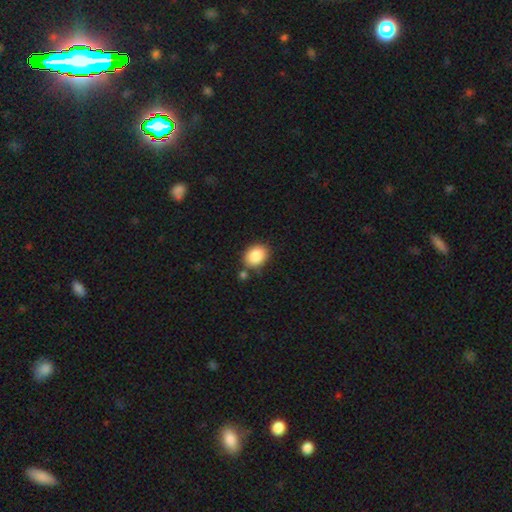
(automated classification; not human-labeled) smooth-or-featured: smooth: 87% | star or artifact: 7% | featured or disk: 5%
  how-rounded: in between: 63% | round: 36% | cigar-shaped: 1%
  merging: none: 76% | minor disturbance: 12% | merger: 9% | major disturbance: 3%